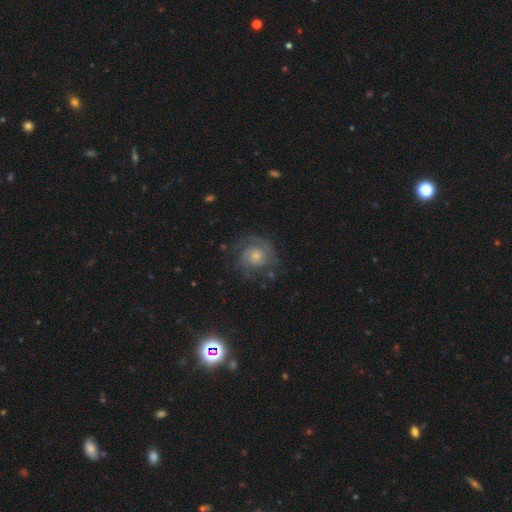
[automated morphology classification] Overall: featured or disk (76%). Edge-on disk: no (98%). Bar: no (72%). Spiral arms: yes (94%). Spiral arm count: 2 (42%; can't tell 26%). Spiral winding: tight (56%; medium 35%). Bulge size: moderate (47%; small 41%). Merging: none (74%).